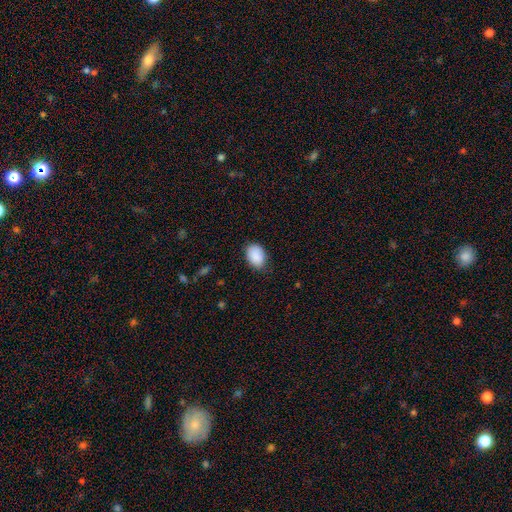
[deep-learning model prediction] Morphology: type=smooth (90%); roundness=in between (84%); merging=none (80%).